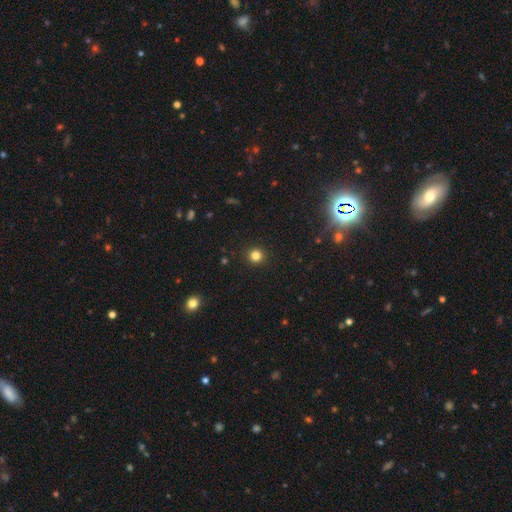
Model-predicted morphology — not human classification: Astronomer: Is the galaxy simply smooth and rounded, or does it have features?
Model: smooth — 82%.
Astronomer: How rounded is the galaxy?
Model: round — 95%.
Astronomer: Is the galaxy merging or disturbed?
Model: none — 93%.